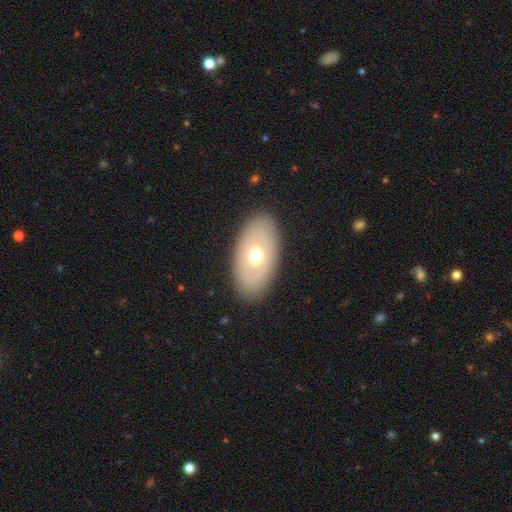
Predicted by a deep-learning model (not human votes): A smooth galaxy with no disk features (53%) that is in between round and cigar-shaped (92%).

Vote fractions:
- Smooth or featured? smooth: 53% / featured or disk: 41% / star or artifact: 6%
- How rounded? in between: 92% / round: 7% / cigar-shaped: 2%
- Merging? none: 86% / minor disturbance: 9% / major disturbance: 3% / merger: 1%